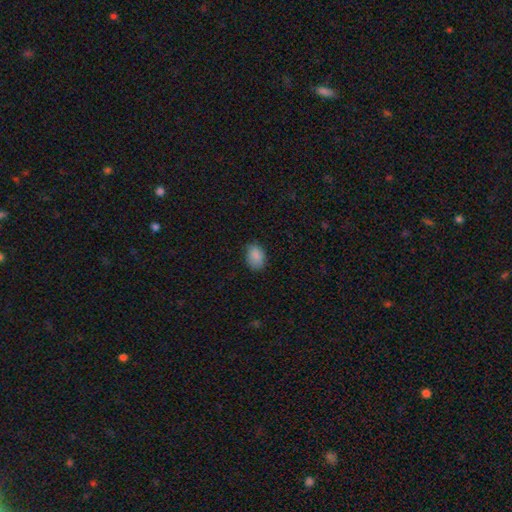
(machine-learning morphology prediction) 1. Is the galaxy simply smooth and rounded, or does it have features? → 87% smooth, 8% star or artifact, 5% featured or disk.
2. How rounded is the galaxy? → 83% in between, 16% round, 1% cigar-shaped.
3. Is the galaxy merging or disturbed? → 76% none, 20% minor disturbance, 4% major disturbance, 1% merger.